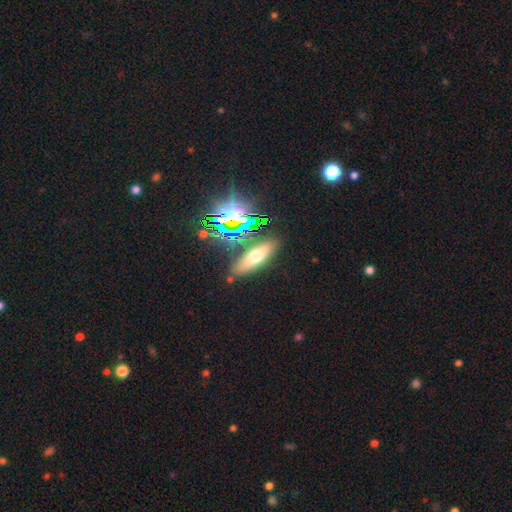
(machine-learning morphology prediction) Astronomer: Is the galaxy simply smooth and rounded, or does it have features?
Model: smooth — 48% (runner-up: featured or disk, 27%).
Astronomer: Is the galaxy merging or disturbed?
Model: none — 83%.